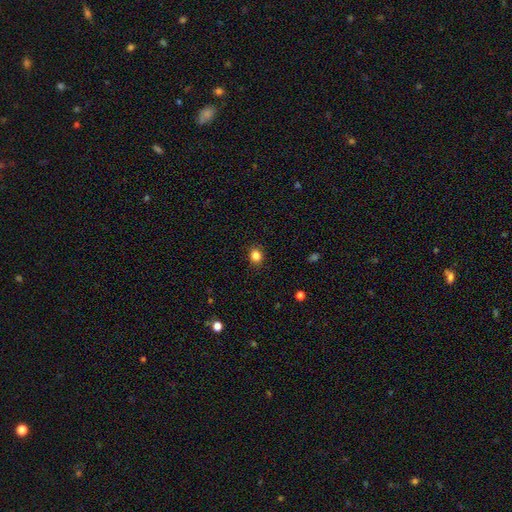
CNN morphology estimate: Smooth or featured? smooth (84%)
How rounded? round (76%)
Merging? none (90%)